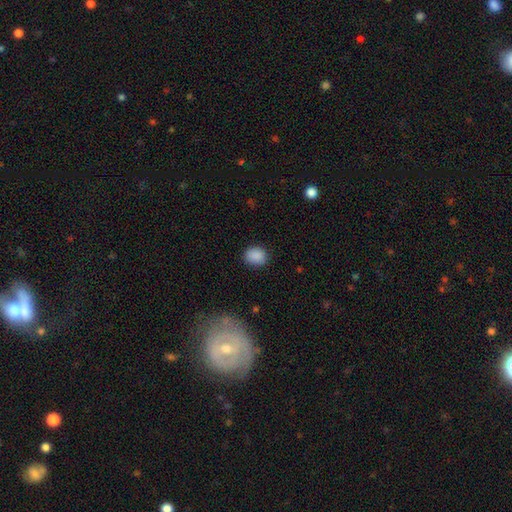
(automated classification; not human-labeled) Smooth or featured? smooth (88%)
How rounded? round (57%)
Merging? none (85%)